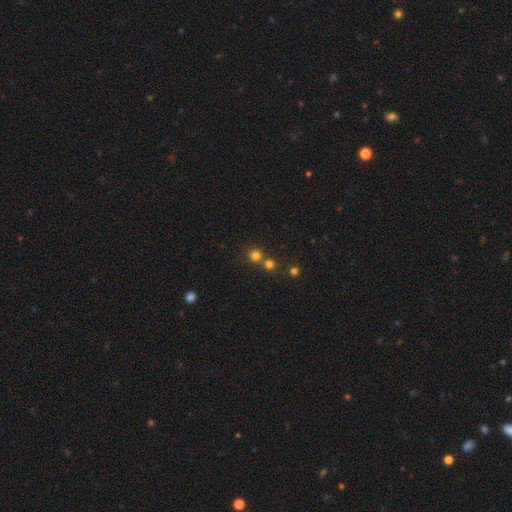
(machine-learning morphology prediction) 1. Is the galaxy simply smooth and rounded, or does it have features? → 74% smooth, 19% star or artifact, 6% featured or disk.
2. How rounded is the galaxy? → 92% round, 7% in between, 1% cigar-shaped.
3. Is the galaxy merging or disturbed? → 63% none, 28% merger, 6% minor disturbance, 2% major disturbance.